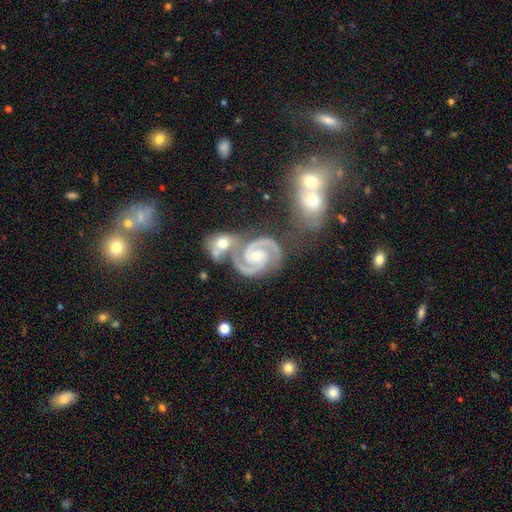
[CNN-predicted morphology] featured or disk 93%, star or artifact 4%, smooth 3%. Down the decision tree: edge-on disk — no (98%); bar — no (58%); spiral arms — yes (99%); spiral arm count — 2 (93%); spiral winding — tight (52%); bulge size — small (56%); merging — none (48%).